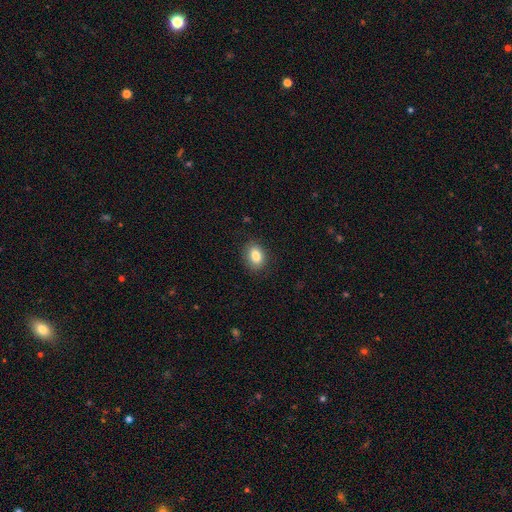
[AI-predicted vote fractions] smooth 85%, star or artifact 9%, featured or disk 6%. Down the decision tree: how rounded — in between (73%); merging — none (85%).